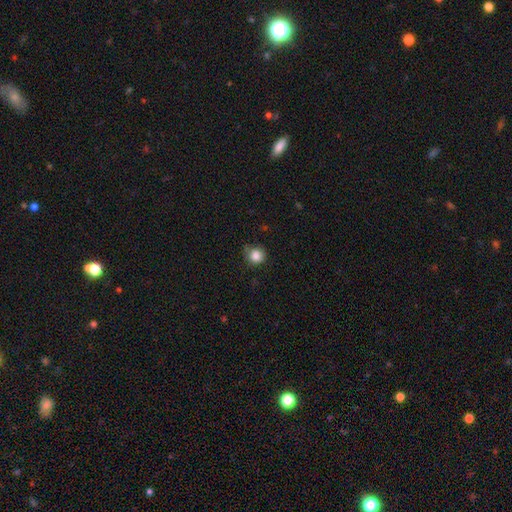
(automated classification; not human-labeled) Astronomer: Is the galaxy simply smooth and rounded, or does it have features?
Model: smooth — 85%.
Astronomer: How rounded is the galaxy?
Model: round — 90%.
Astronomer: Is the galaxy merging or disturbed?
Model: none — 71%.